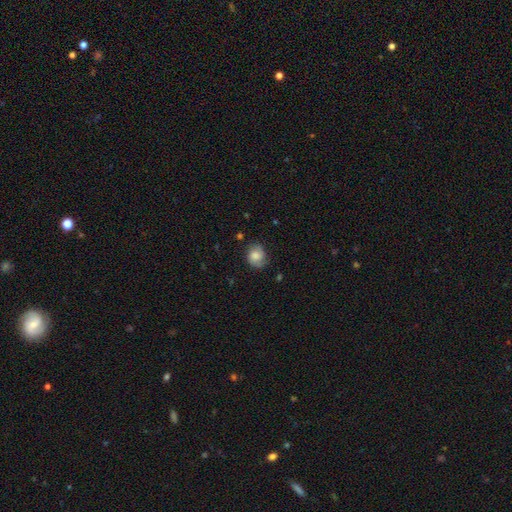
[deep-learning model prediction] Morphology: type=smooth (60%); roundness=round (65%); merging=none (67%).